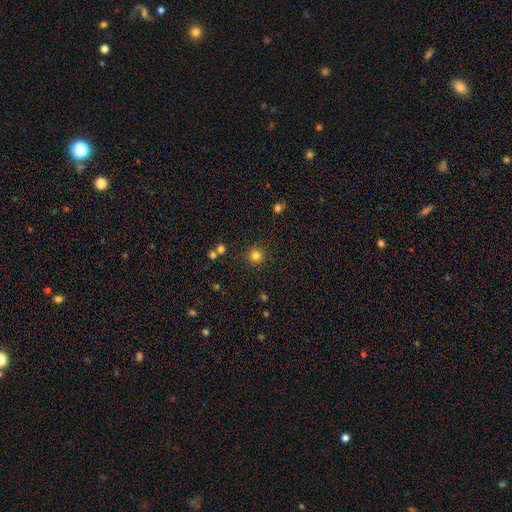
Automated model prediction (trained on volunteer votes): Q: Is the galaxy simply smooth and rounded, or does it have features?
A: smooth — 80%.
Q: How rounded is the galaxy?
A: round — 94%.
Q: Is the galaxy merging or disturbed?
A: none — 88%.